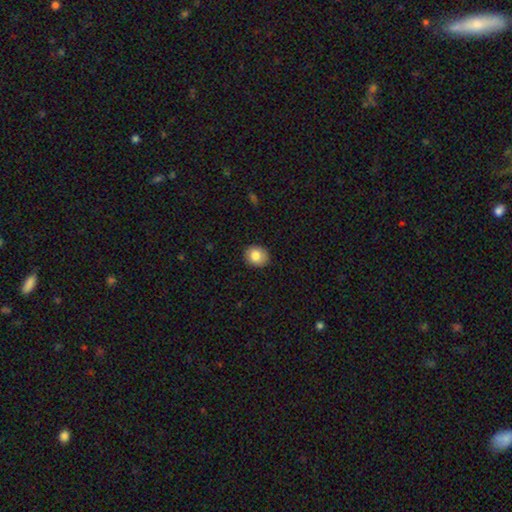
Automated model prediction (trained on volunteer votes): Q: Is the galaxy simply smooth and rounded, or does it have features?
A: smooth — 84%.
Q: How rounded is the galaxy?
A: round — 65%.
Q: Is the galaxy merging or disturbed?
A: none — 88%.